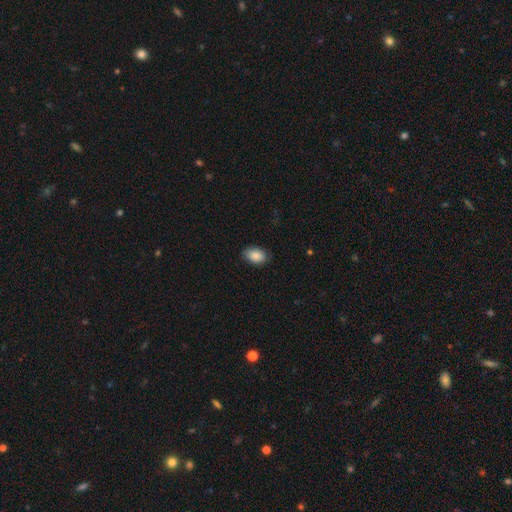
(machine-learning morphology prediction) smooth 88%, star or artifact 7%, featured or disk 5%. Down the decision tree: how rounded — in between (88%); merging — none (85%).